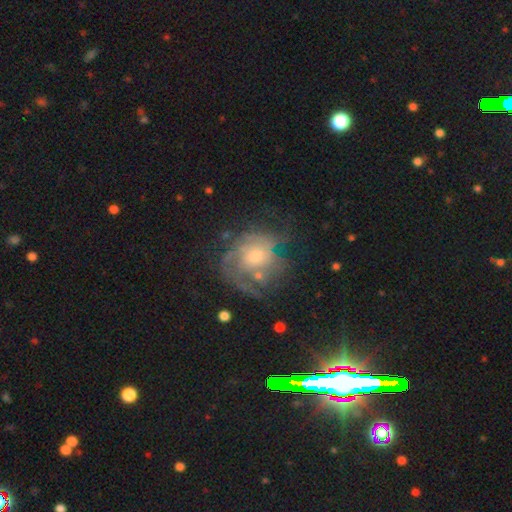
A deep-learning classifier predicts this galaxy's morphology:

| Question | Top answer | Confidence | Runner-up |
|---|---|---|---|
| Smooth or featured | featured or disk | 67% | smooth (24%) |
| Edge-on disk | no | 97% | yes (3%) |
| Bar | no | 80% | weak (17%) |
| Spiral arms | yes | 70% | no (30%) |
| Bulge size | moderate | 51% | small (34%) |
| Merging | none | 44% | major disturbance (29%) |